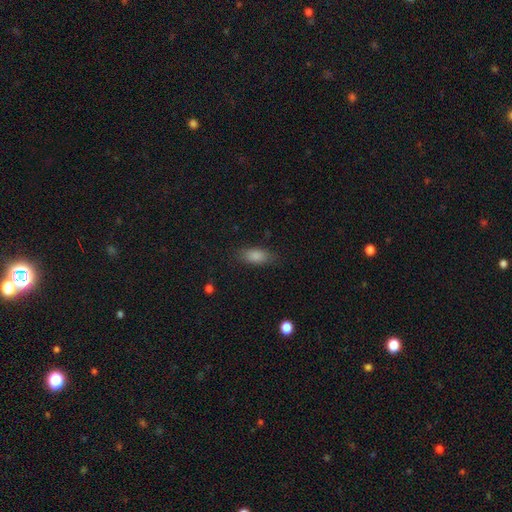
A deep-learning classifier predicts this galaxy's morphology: Smooth or featured? smooth (85%)
How rounded? in between (86%)
Merging? none (80%)